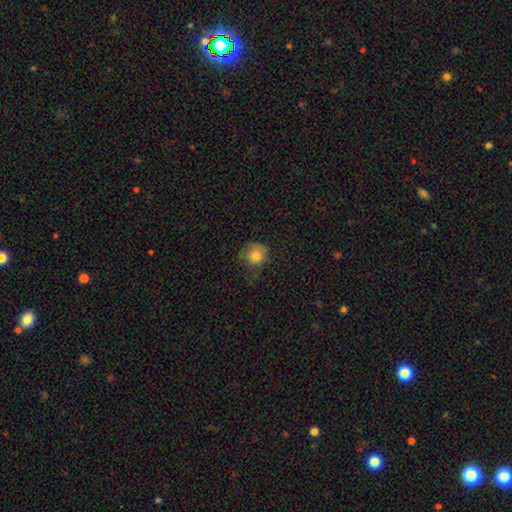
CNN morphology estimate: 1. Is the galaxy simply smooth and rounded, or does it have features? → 79% smooth, 11% star or artifact, 10% featured or disk.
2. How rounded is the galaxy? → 84% round, 15% in between, 1% cigar-shaped.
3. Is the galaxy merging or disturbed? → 58% none, 27% minor disturbance, 13% major disturbance, 2% merger.